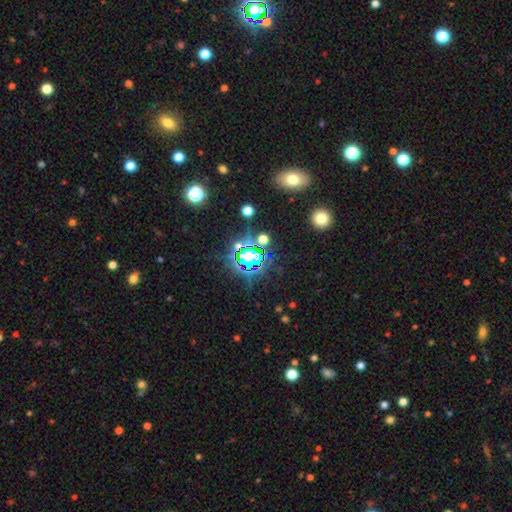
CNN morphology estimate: A star or artifact, not a galaxy (73%).